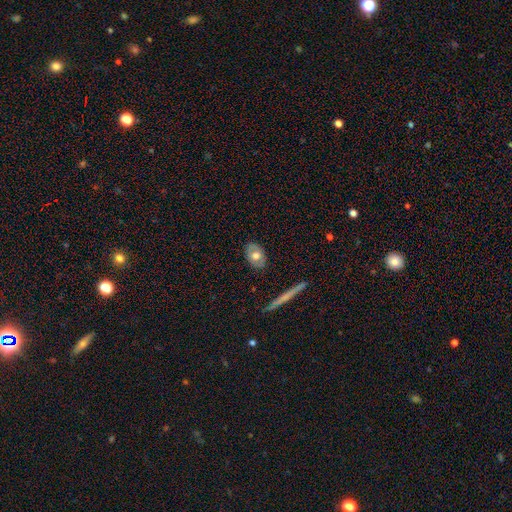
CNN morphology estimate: Smooth or featured: smooth — 59% (featured or disk — 35%)
How rounded: in between — 82% (round — 15%)
Merging: none — 84% (minor disturbance — 12%)